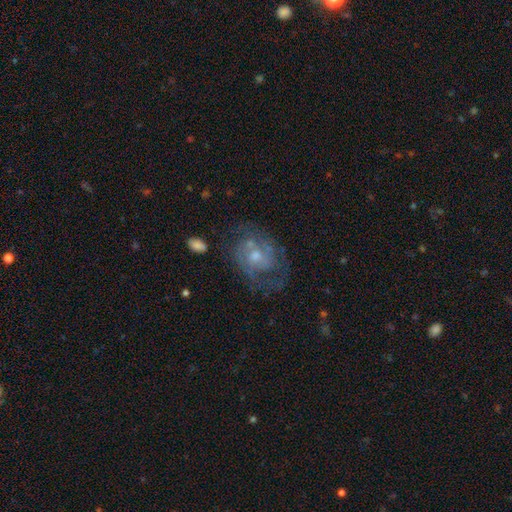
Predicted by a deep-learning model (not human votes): Overall: featured or disk (72%). Edge-on disk: no (97%). Bar: no (71%). Spiral arms: yes (79%). Spiral arm count: 2 (50%; can't tell 30%). Spiral winding: medium (43%; tight 40%). Bulge size: small (47%; moderate 45%). Merging: none (55%; minor disturbance 21%).